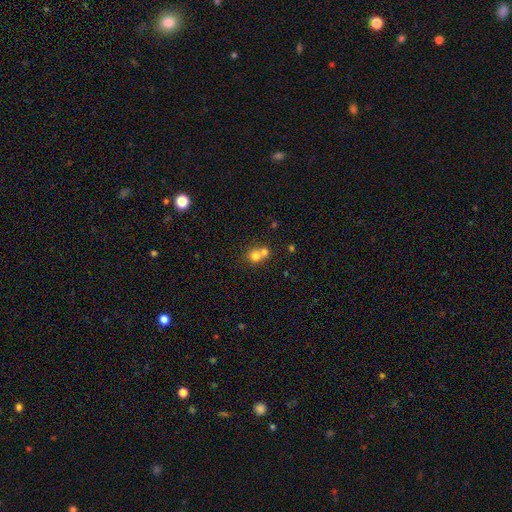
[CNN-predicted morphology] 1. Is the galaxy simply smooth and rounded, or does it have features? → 73% smooth, 14% featured or disk, 13% star or artifact.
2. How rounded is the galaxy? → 82% round, 17% in between, 1% cigar-shaped.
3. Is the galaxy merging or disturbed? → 58% merger, 34% none, 5% minor disturbance, 3% major disturbance.